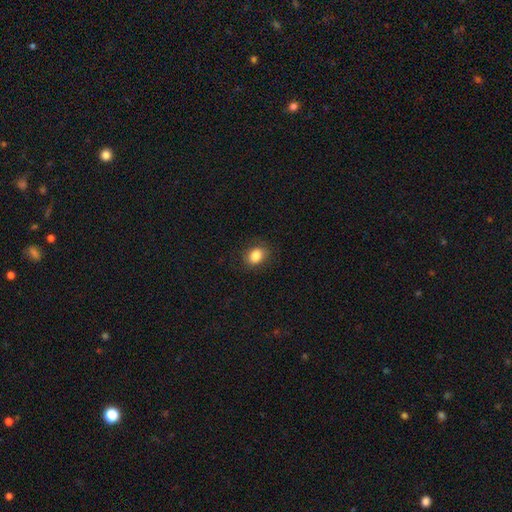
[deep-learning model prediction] A smooth galaxy with no disk features (85%) that is in between round and cigar-shaped (62%).

Vote fractions:
- Smooth or featured? smooth: 85% / star or artifact: 9% / featured or disk: 6%
- How rounded? in between: 62% / round: 37% / cigar-shaped: 1%
- Merging? none: 85% / minor disturbance: 11% / major disturbance: 3% / merger: 1%